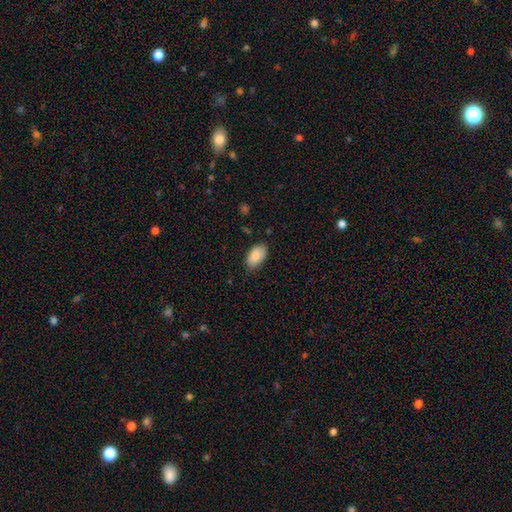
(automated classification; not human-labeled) Smooth or featured? Predicted: smooth (p=0.87). How rounded? Predicted: in between (p=0.94). Merging? Predicted: none (p=0.77).